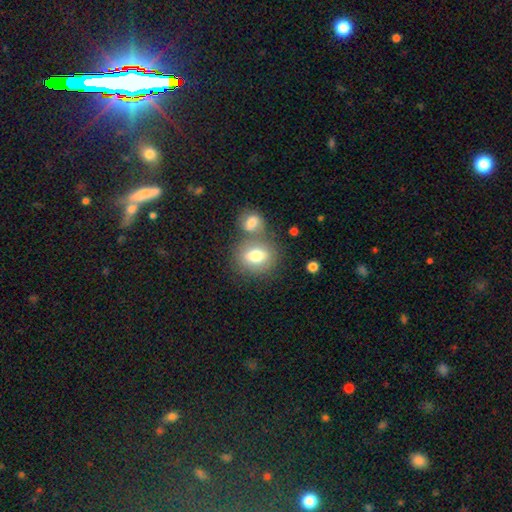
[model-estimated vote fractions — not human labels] A smooth galaxy with no disk features (74%) that is round (51%).

Vote fractions:
- Smooth or featured? smooth: 74% / featured or disk: 18% / star or artifact: 8%
- How rounded? round: 51% / in between: 48% / cigar-shaped: 1%
- Merging? none: 48% / merger: 38% / minor disturbance: 10% / major disturbance: 4%